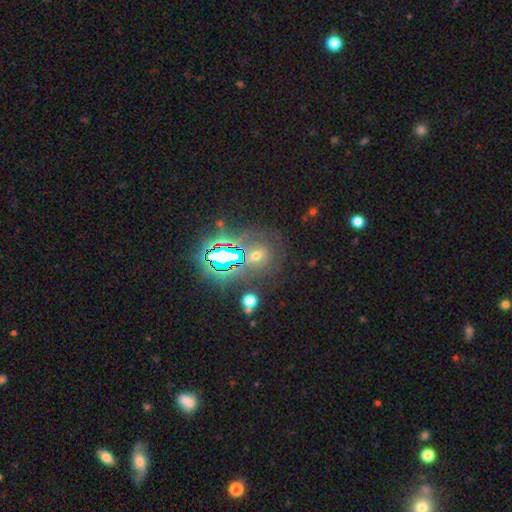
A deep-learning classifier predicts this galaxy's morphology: type=star or artifact (47%).